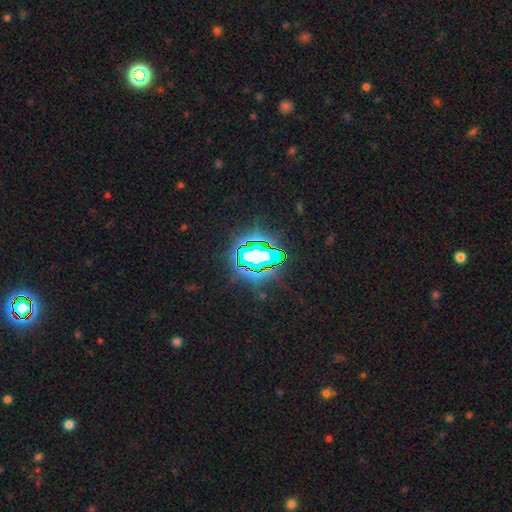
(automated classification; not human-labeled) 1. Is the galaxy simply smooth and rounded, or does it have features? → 76% star or artifact, 12% featured or disk, 12% smooth.